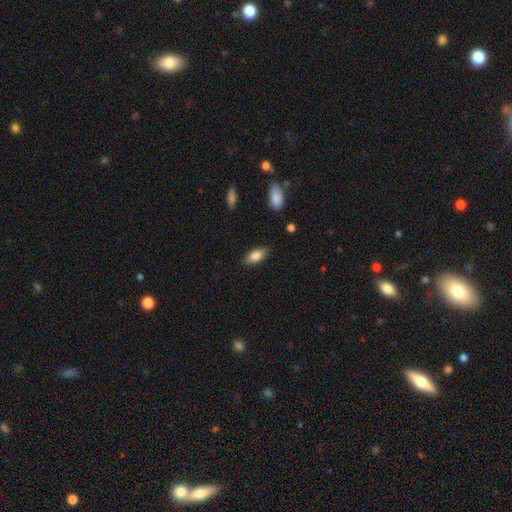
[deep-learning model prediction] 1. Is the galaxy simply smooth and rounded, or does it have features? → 85% smooth, 8% featured or disk, 7% star or artifact.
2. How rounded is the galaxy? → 89% in between, 9% cigar-shaped, 3% round.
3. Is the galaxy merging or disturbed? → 85% none, 11% minor disturbance, 3% major disturbance, 1% merger.